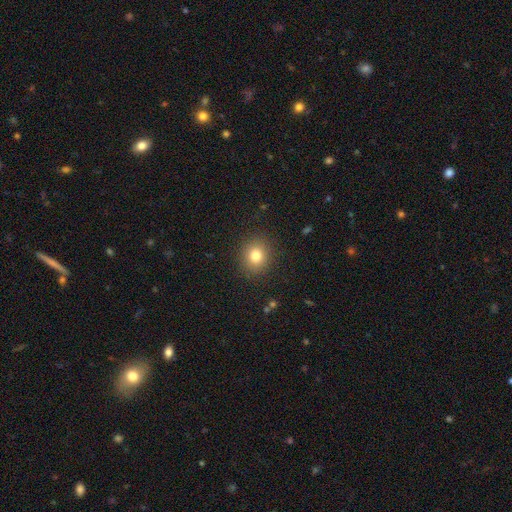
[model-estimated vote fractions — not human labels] This is likely a smooth galaxy (80%). How rounded: likely round (74%). Merging: clearly none (89%).